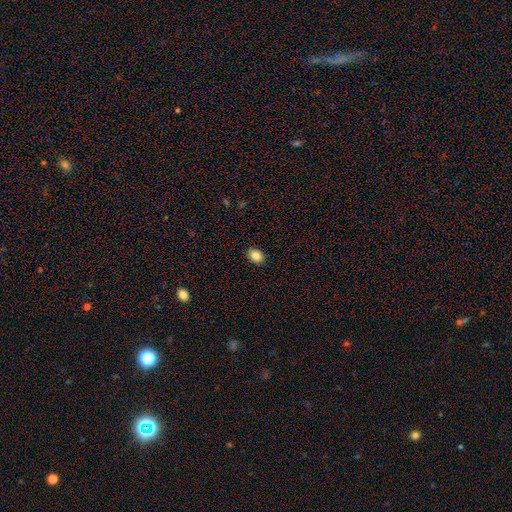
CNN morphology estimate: This is clearly a smooth galaxy (85%). How rounded: likely in between (62%). Merging: clearly none (90%).